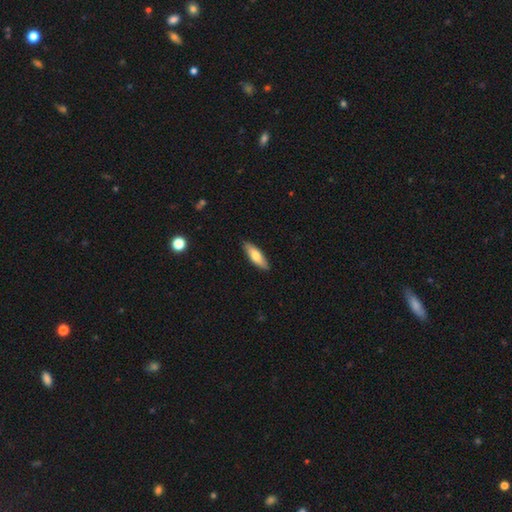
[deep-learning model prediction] A smooth galaxy with no disk features (70%) that is in between round and cigar-shaped (51%).

Vote fractions:
- Smooth or featured? smooth: 70% / featured or disk: 24% / star or artifact: 6%
- How rounded? in between: 51% / cigar-shaped: 46% / round: 2%
- Merging? none: 88% / minor disturbance: 9% / major disturbance: 2% / merger: 1%